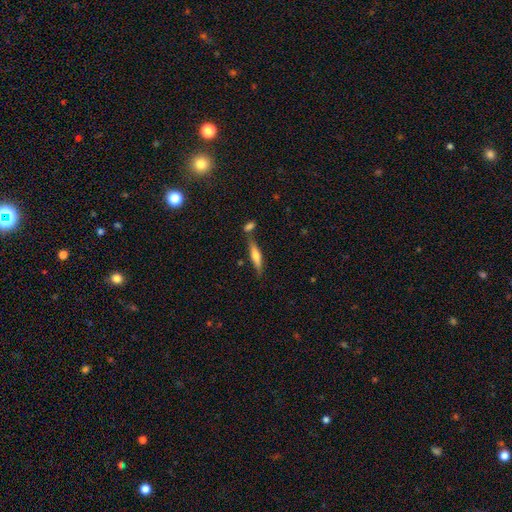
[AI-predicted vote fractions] This appears to be a smooth galaxy with no disk features (49%). Merging: none (68%).